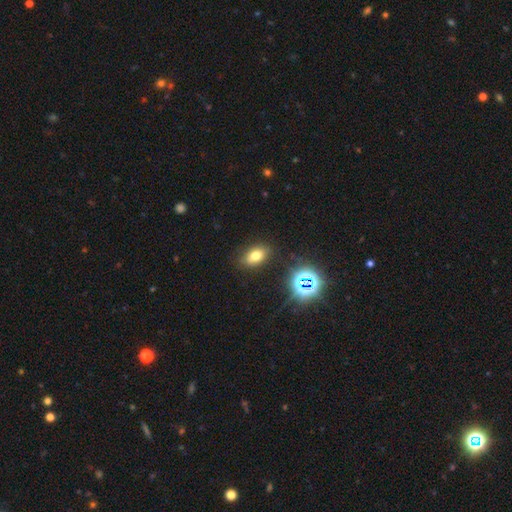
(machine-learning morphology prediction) smooth 67%, star or artifact 21%, featured or disk 12%. Down the decision tree: how rounded — in between (84%); merging — none (84%).